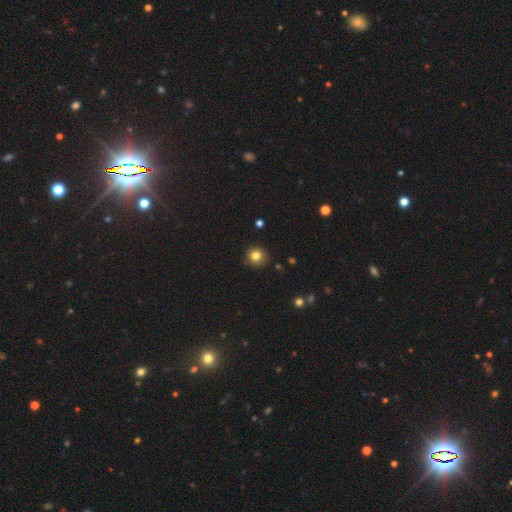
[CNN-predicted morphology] Q: Smooth or featured?
A: smooth (81%); runner-up: star or artifact (13%)
Q: How rounded?
A: round (91%); runner-up: in between (8%)
Q: Merging?
A: none (87%); runner-up: minor disturbance (9%)